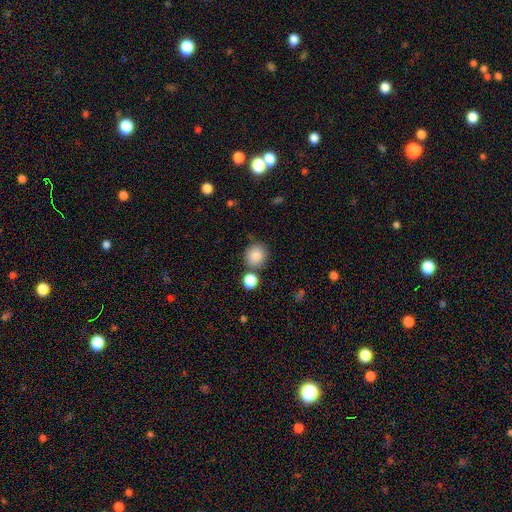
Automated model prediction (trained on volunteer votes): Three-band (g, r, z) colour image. It shows a smooth galaxy with no disk features (86%) that is round (88%). Merging: none (75%).